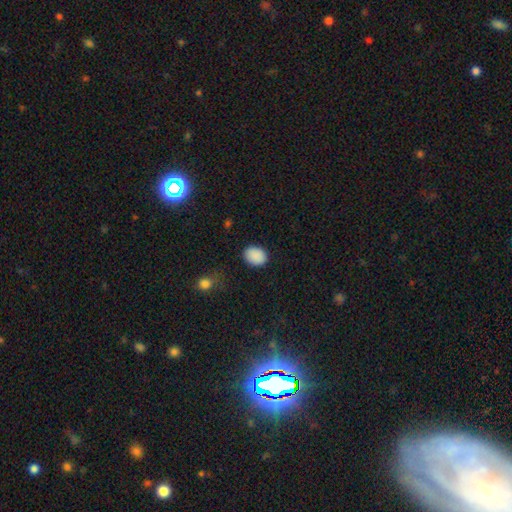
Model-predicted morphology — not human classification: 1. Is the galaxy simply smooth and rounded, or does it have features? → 90% smooth, 8% star or artifact, 3% featured or disk.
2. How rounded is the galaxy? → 58% in between, 41% round, 1% cigar-shaped.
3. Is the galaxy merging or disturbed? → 85% none, 11% minor disturbance, 3% major disturbance, 1% merger.